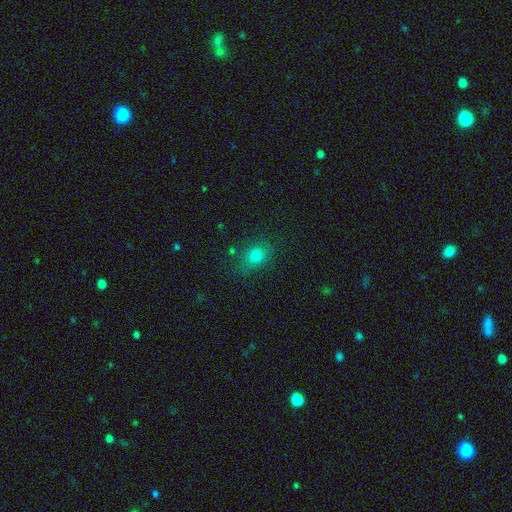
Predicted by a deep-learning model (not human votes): Smooth or featured? smooth (75%)
How rounded? in between (54%)
Merging? none (75%)